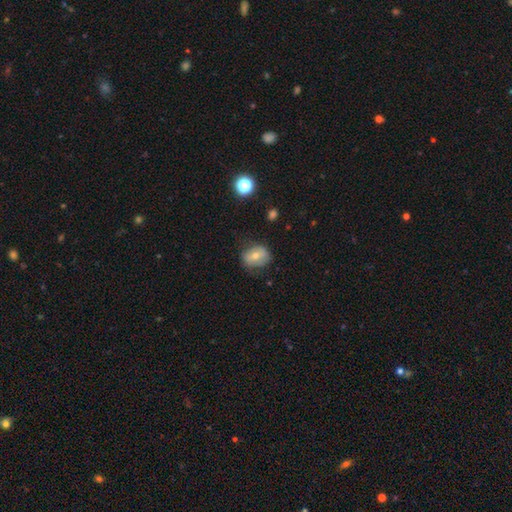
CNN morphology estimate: Overall: smooth (60%; featured or disk 30%). How rounded: in between (54%; round 45%). Merging: none (67%).